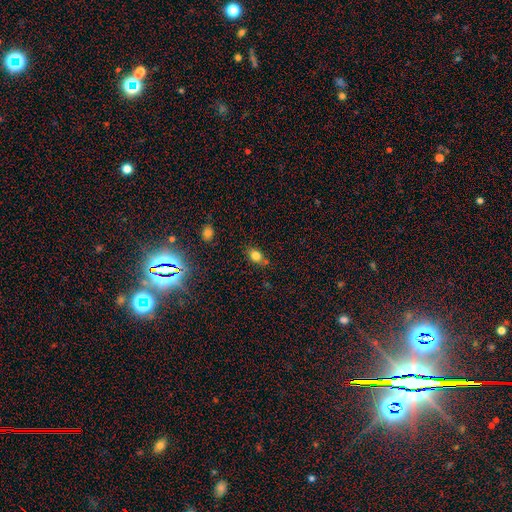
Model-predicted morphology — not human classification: Overall: smooth (79%). How rounded: in between (65%; round 32%). Merging: none (66%).